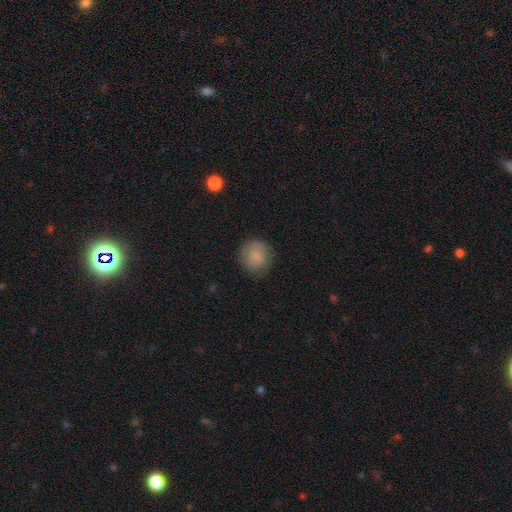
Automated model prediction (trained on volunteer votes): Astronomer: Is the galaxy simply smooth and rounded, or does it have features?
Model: smooth — 77%.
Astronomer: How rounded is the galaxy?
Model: round — 87%.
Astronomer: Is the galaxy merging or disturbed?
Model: none — 78%.